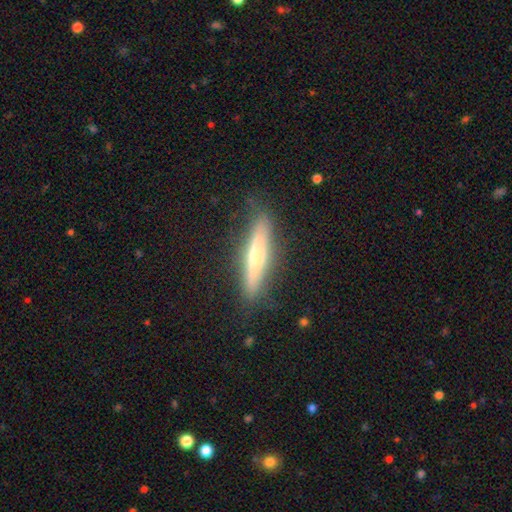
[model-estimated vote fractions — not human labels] This appears to be a featured or disk galaxy (55%) viewed edge-on (93%) with a rounded central bulge (55%). Merging: none (83%).